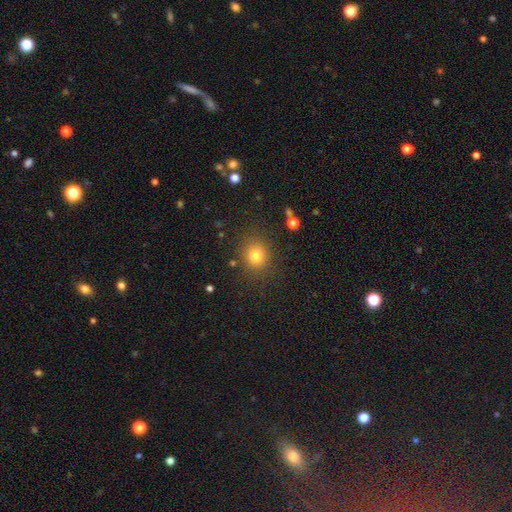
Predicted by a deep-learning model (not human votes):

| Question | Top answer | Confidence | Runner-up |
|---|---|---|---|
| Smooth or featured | smooth | 78% | star or artifact (15%) |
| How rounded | round | 86% | in between (13%) |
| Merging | none | 86% | minor disturbance (8%) |